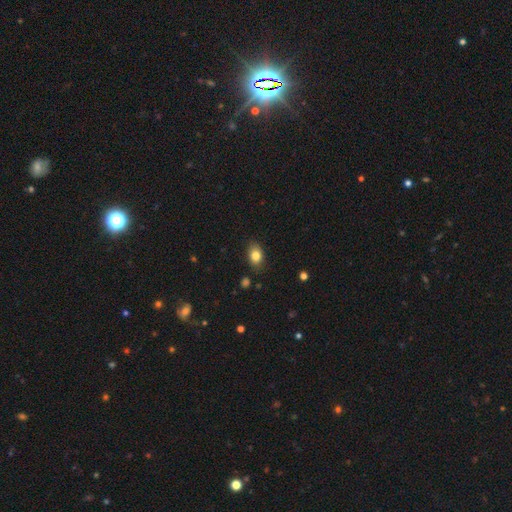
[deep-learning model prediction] Smooth or featured? smooth (83%)
How rounded? in between (76%)
Merging? none (84%)